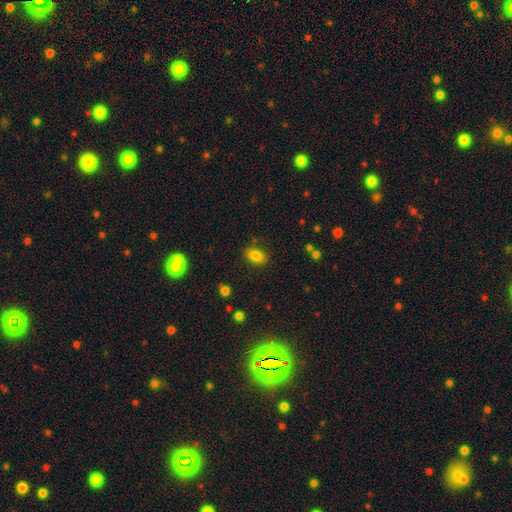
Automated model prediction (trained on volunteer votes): smooth_or_featured: smooth (p=0.82) [alt: star or artifact p=0.11]
how_rounded: in between (p=0.86) [alt: round p=0.11]
merging: none (p=0.84) [alt: minor disturbance p=0.11]